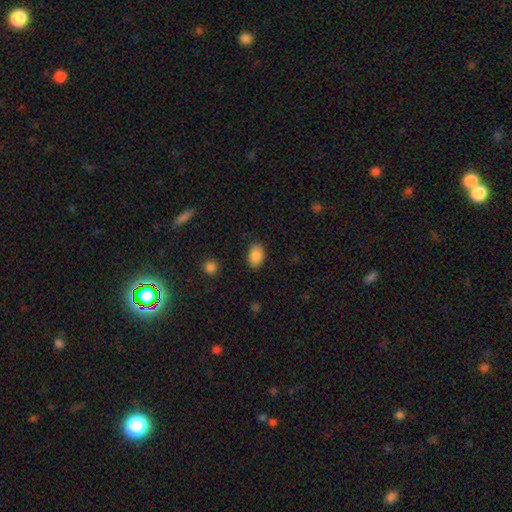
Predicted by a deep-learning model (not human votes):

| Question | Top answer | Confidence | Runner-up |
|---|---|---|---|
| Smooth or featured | smooth | 88% | star or artifact (8%) |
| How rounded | in between | 89% | round (10%) |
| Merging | none | 85% | minor disturbance (11%) |